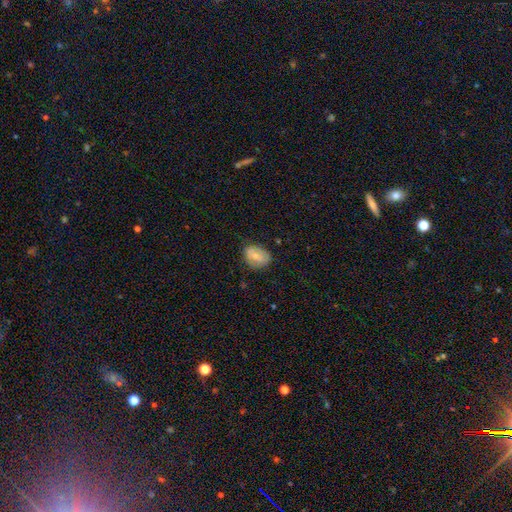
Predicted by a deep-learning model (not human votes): Smooth or featured?
  - smooth: 63% *
  - featured or disk: 29%
  - star or artifact: 8%
How rounded?
  - in between: 67% *
  - round: 32%
  - cigar-shaped: 1%
Merging?
  - none: 71% *
  - minor disturbance: 23%
  - major disturbance: 5%
  - merger: 1%